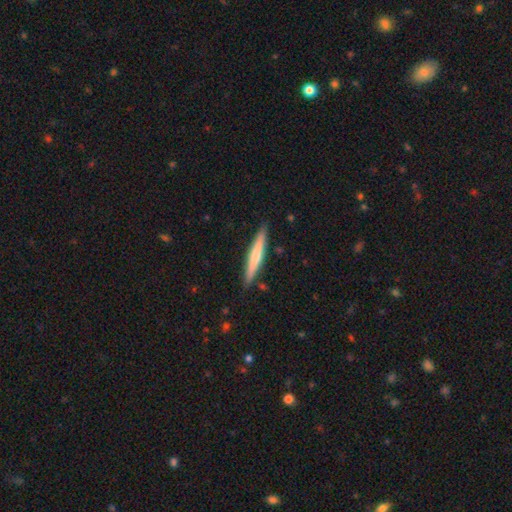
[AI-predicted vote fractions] A smooth galaxy with no disk features (56%) that is cigar-shaped (94%).

Vote fractions:
- Smooth or featured? smooth: 56% / featured or disk: 39% / star or artifact: 5%
- How rounded? cigar-shaped: 94% / in between: 5% / round: 1%
- Merging? none: 88% / minor disturbance: 9% / merger: 2% / major disturbance: 2%